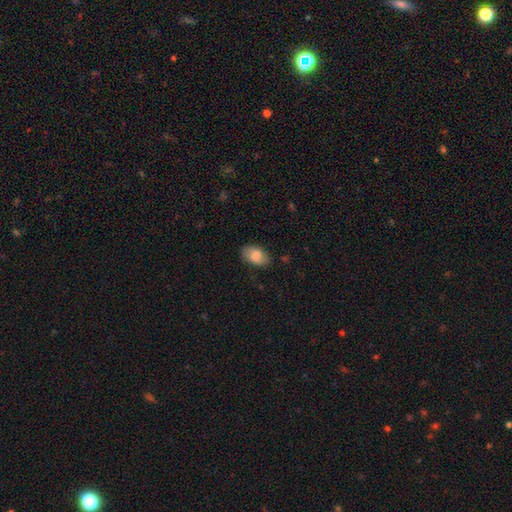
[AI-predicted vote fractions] This is clearly a smooth galaxy (81%). How rounded: clearly in between (90%). Merging: likely none (78%).